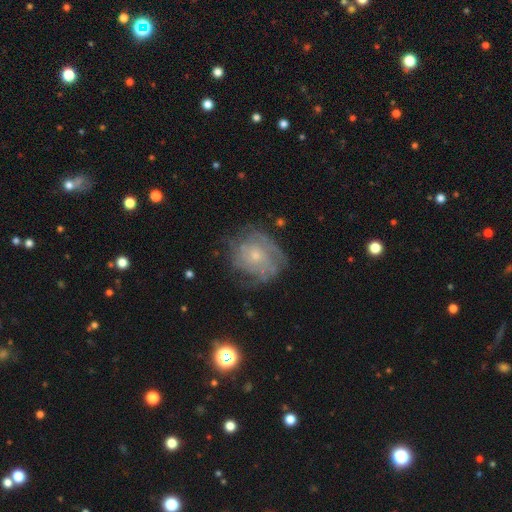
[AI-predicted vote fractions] Morphology: type=featured or disk (69%); edge-on=no (97%); bar=no (82%); spiral arms=yes (81%); winding=tight (60%); arm count=can't tell (52%); bulge=small (72%); merging=none (65%).